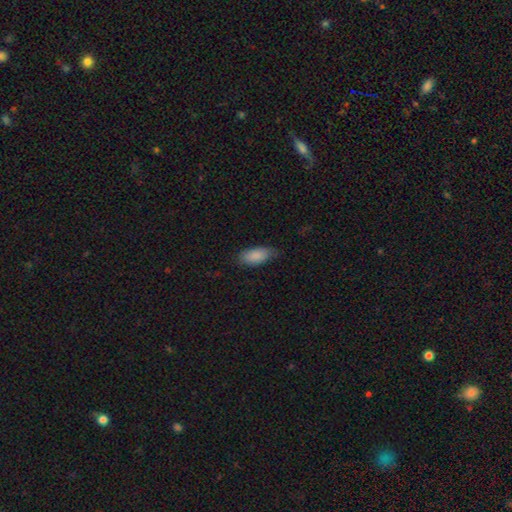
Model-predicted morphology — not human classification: A smooth galaxy with no disk features (88%) that is in between round and cigar-shaped (90%).

Vote fractions:
- Smooth or featured? smooth: 88% / star or artifact: 6% / featured or disk: 6%
- How rounded? in between: 90% / cigar-shaped: 8% / round: 2%
- Merging? none: 74% / minor disturbance: 21% / major disturbance: 4% / merger: 1%